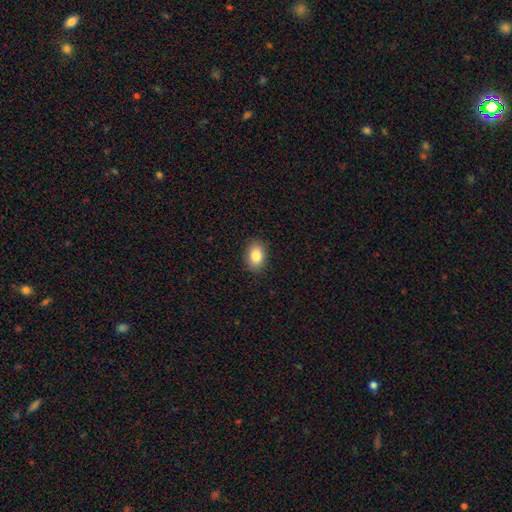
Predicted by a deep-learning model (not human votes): Overall: smooth (85%). How rounded: in between (79%). Merging: none (89%).